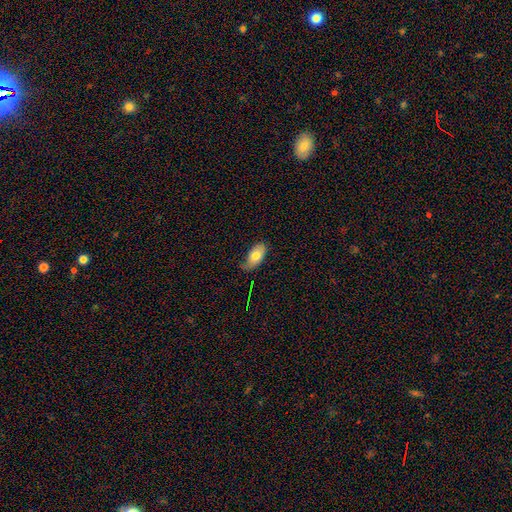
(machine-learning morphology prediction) Q: Smooth or featured?
A: smooth (74%); runner-up: featured or disk (20%)
Q: How rounded?
A: in between (93%); runner-up: round (4%)
Q: Merging?
A: none (54%); runner-up: minor disturbance (33%)